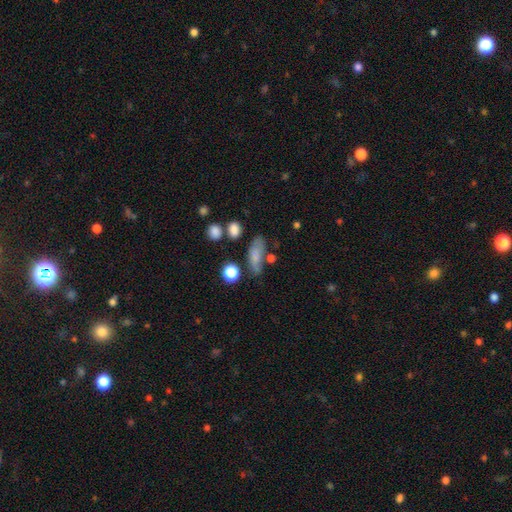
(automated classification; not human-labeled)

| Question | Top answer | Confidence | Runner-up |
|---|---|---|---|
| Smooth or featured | smooth | 70% | featured or disk (19%) |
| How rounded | in between | 71% | cigar-shaped (21%) |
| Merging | none | 54% | minor disturbance (24%) |